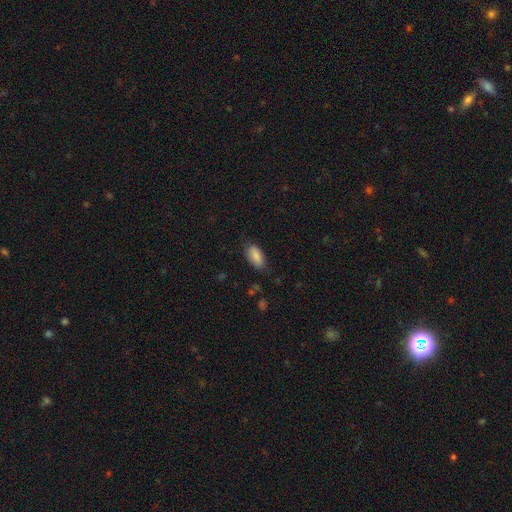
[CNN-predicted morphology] Smooth or featured?
  - smooth: 88% *
  - star or artifact: 7%
  - featured or disk: 6%
How rounded?
  - in between: 92% *
  - cigar-shaped: 5%
  - round: 3%
Merging?
  - none: 78% *
  - minor disturbance: 16%
  - major disturbance: 4%
  - merger: 1%